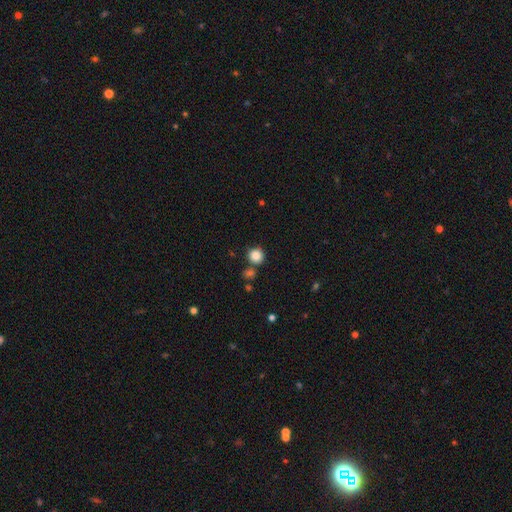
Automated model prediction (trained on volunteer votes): The model was most divided on "merging": none: 76%, merger: 12%, minor disturbance: 9%, major disturbance: 3%. More confident: how rounded — round (92%); smooth or featured — smooth (86%).